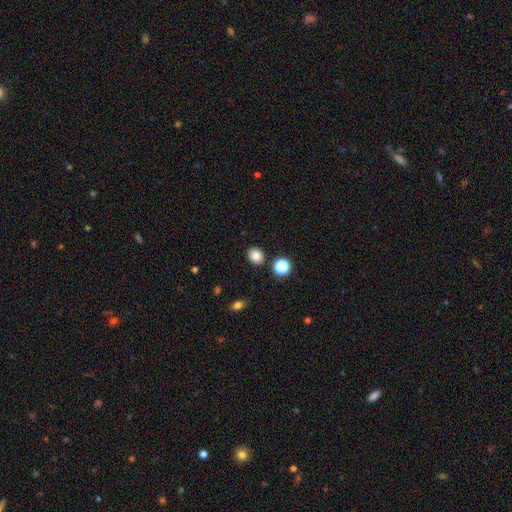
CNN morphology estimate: A smooth galaxy with no disk features (82%) that is round (65%).

Vote fractions:
- Smooth or featured? smooth: 82% / star or artifact: 12% / featured or disk: 6%
- How rounded? round: 65% / in between: 34% / cigar-shaped: 1%
- Merging? none: 87% / minor disturbance: 7% / merger: 3% / major disturbance: 2%